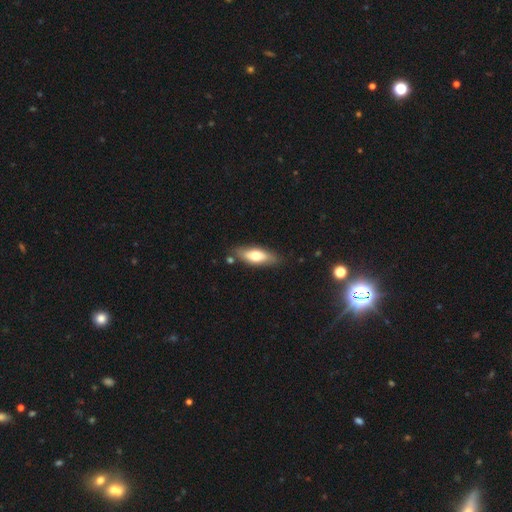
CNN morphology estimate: This is likely a smooth galaxy (61%). How rounded: likely in between (65%). Merging: likely none (78%).